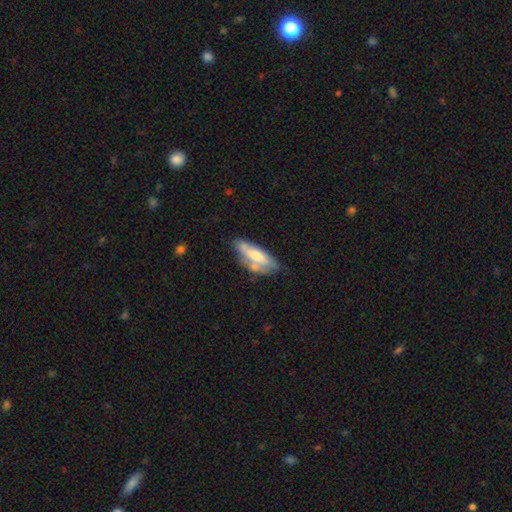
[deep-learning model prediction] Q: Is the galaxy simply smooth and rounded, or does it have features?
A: smooth — 59%.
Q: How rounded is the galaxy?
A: in between — 65%.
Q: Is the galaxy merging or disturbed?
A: none — 49%.